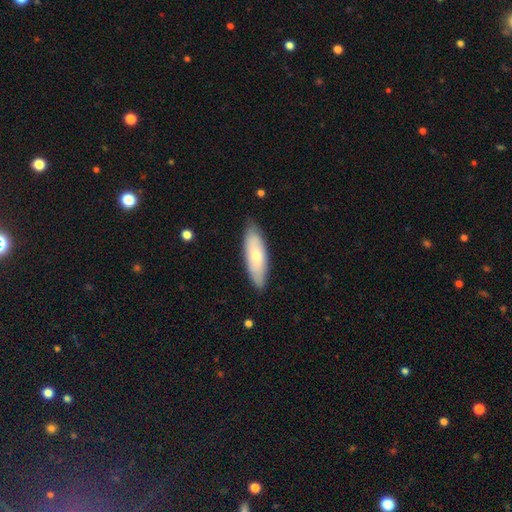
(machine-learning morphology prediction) Smooth or featured? Predicted: smooth (p=0.65). How rounded? Predicted: in between (p=0.54). Merging? Predicted: none (p=0.83).